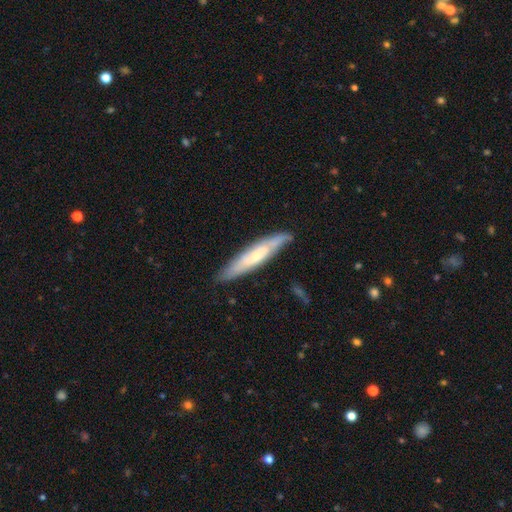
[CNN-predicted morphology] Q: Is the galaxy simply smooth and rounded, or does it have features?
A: featured or disk — 48%.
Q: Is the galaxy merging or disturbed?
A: none — 83%.